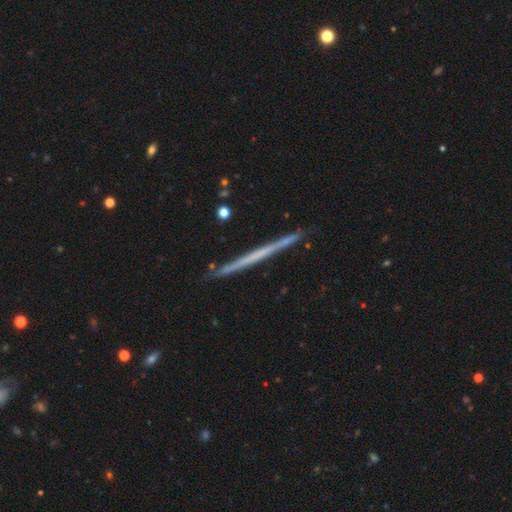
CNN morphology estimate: A featured or disk galaxy (59%) viewed edge-on (98%) with no central bulge (92%). Merging: none (90%).